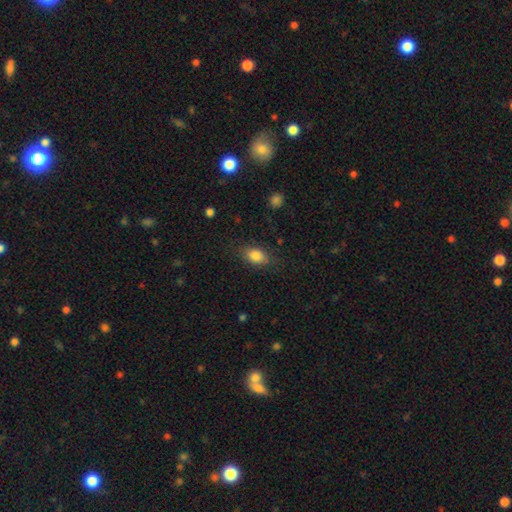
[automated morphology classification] Smooth or featured: smooth — 83% (star or artifact — 8%)
How rounded: in between — 83% (round — 15%)
Merging: none — 78% (minor disturbance — 15%)